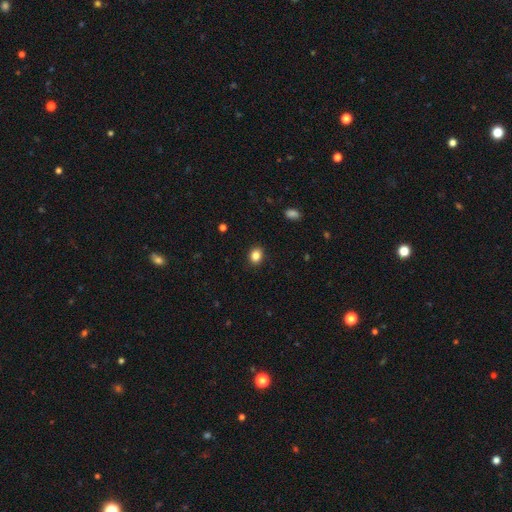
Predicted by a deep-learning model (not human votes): A smooth galaxy with no disk features (86%) that is in between round and cigar-shaped (50%). Merging: none (90%).